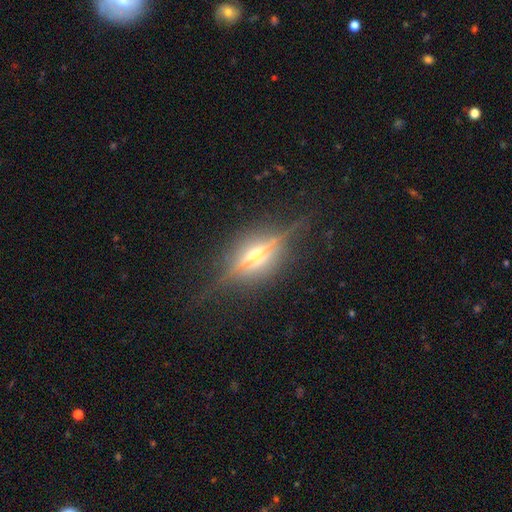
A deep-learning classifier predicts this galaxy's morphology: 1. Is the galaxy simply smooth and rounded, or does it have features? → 80% featured or disk, 11% smooth, 9% star or artifact.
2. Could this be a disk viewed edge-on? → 92% yes, 8% no.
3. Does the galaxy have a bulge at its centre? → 93% rounded, 5% boxy, 2% none.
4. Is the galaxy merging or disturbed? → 80% none, 13% minor disturbance, 6% major disturbance, 1% merger.